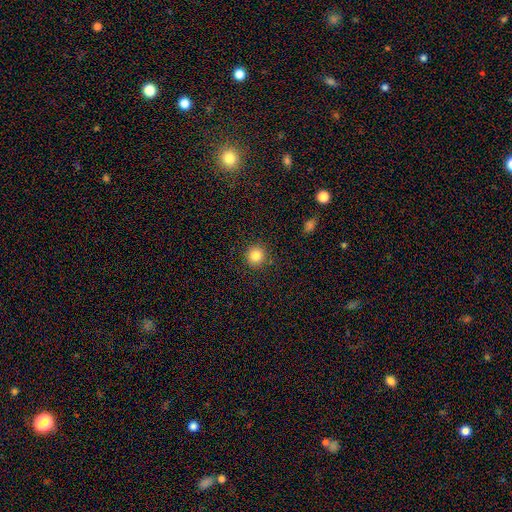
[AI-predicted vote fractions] Smooth or featured?
  - smooth: 84% *
  - star or artifact: 11%
  - featured or disk: 5%
How rounded?
  - round: 94% *
  - in between: 5%
  - cigar-shaped: 1%
Merging?
  - none: 91% *
  - minor disturbance: 6%
  - major disturbance: 2%
  - merger: 1%